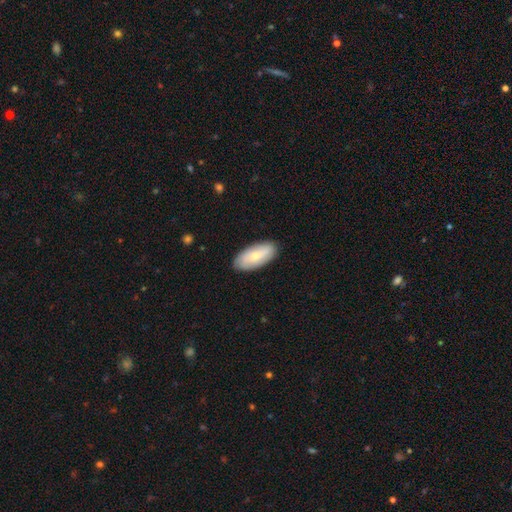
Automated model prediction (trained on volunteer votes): Overall: smooth (67%; featured or disk 28%). How rounded: in between (89%). Merging: none (86%).